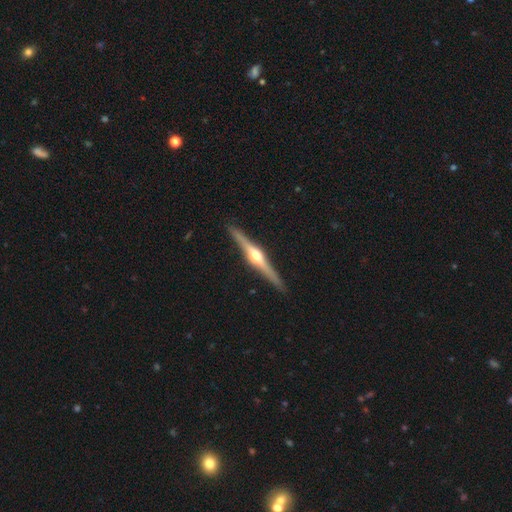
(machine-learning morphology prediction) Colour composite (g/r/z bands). It shows a featured or disk galaxy (83%) viewed edge-on (98%) with a rounded central bulge (94%). Merging: none (92%).